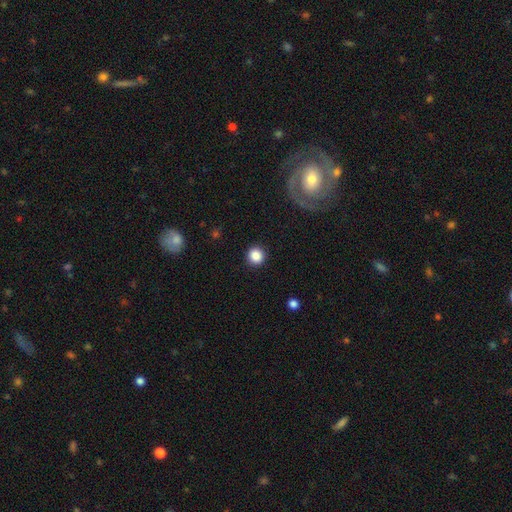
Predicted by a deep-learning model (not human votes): A smooth galaxy with no disk features (87%) that is round (92%).

Vote fractions:
- Smooth or featured? smooth: 87% / star or artifact: 10% / featured or disk: 3%
- How rounded? round: 92% / in between: 7% / cigar-shaped: 1%
- Merging? none: 91% / minor disturbance: 6% / major disturbance: 2% / merger: 1%